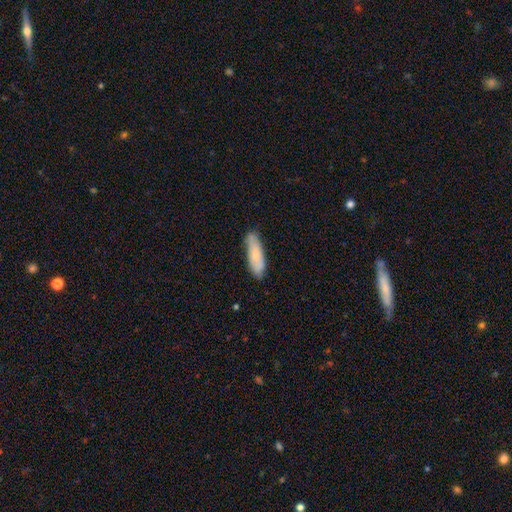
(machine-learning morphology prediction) Smooth or featured?
  - smooth: 71% *
  - featured or disk: 23%
  - star or artifact: 6%
How rounded?
  - cigar-shaped: 50% *
  - in between: 48%
  - round: 2%
Merging?
  - none: 79% *
  - minor disturbance: 17%
  - major disturbance: 3%
  - merger: 1%